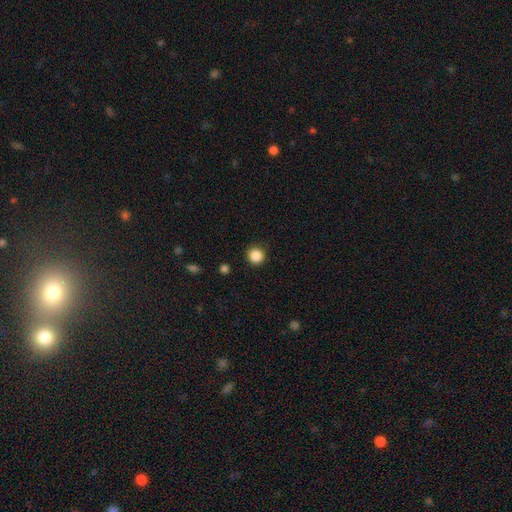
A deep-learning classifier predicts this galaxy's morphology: Smooth or featured? smooth (87%)
How rounded? round (94%)
Merging? none (91%)